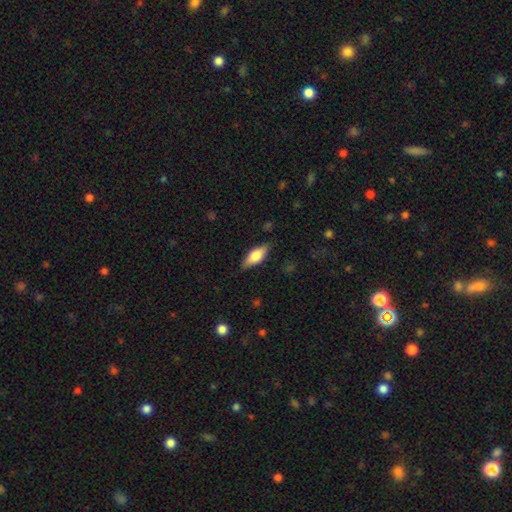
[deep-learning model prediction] Smooth or featured?
  - smooth: 58% *
  - featured or disk: 36%
  - star or artifact: 6%
How rounded?
  - in between: 69% *
  - cigar-shaped: 28%
  - round: 3%
Merging?
  - none: 84% *
  - minor disturbance: 12%
  - major disturbance: 3%
  - merger: 1%